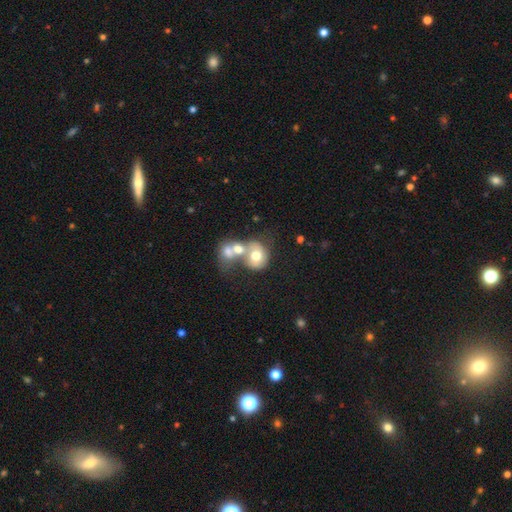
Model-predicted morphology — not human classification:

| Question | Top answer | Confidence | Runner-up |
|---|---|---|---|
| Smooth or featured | smooth | 61% | featured or disk (30%) |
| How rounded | round | 63% | in between (36%) |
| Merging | merger | 69% | none (16%) |